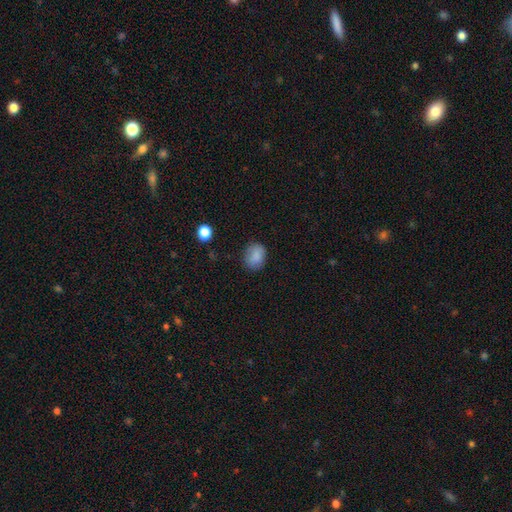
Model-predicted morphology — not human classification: Smooth or featured: smooth — 85% (star or artifact — 9%)
How rounded: round — 51% (in between — 48%)
Merging: none — 78% (minor disturbance — 16%)